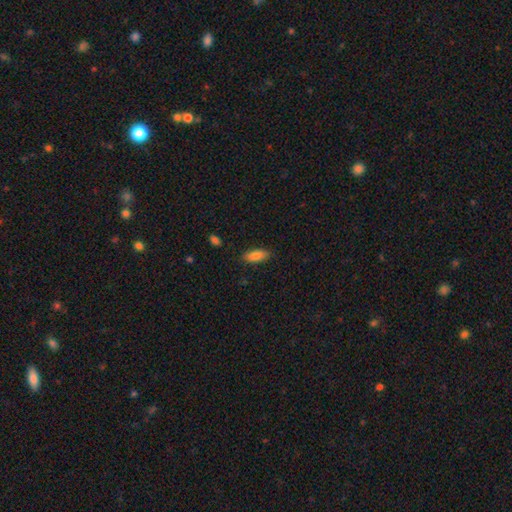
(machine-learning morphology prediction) smooth-or-featured: smooth: 85% | featured or disk: 8% | star or artifact: 7%
  how-rounded: in between: 80% | cigar-shaped: 18% | round: 2%
  merging: none: 85% | minor disturbance: 11% | major disturbance: 2% | merger: 1%